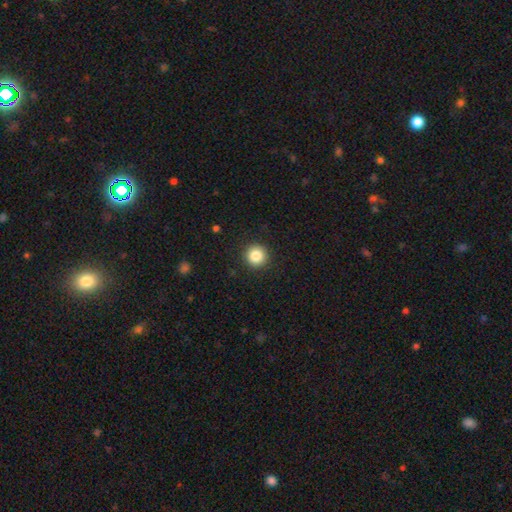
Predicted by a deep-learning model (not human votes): Overall: smooth (84%). How rounded: round (95%). Merging: none (92%).